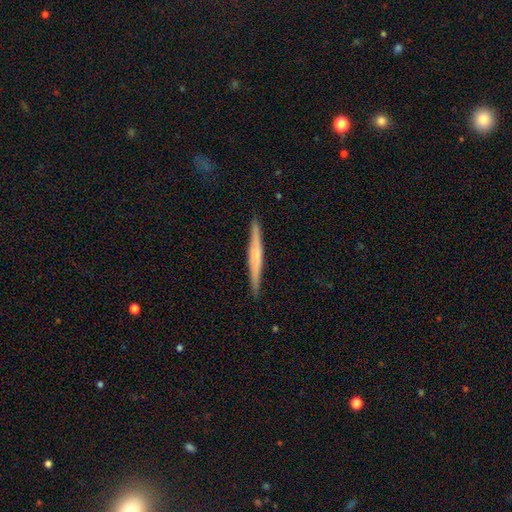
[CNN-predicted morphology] Smooth or featured? featured or disk (56%)
Edge-on disk? yes (97%)
Edge-on bulge? rounded (46%)
Merging? none (91%)